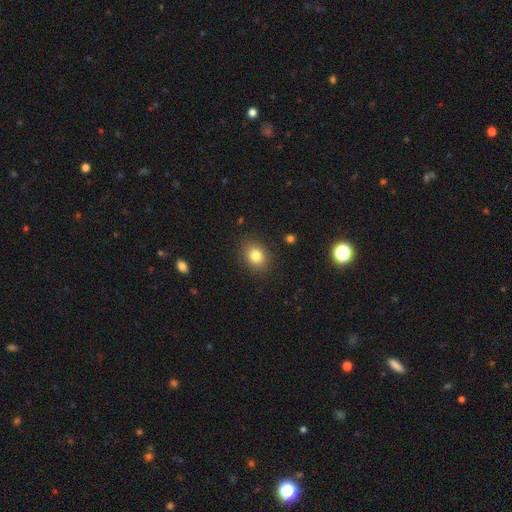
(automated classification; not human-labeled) smooth_or_featured: smooth (p=0.82) [alt: star or artifact p=0.10]
how_rounded: round (p=0.54) [alt: in between p=0.45]
merging: none (p=0.87) [alt: minor disturbance p=0.09]